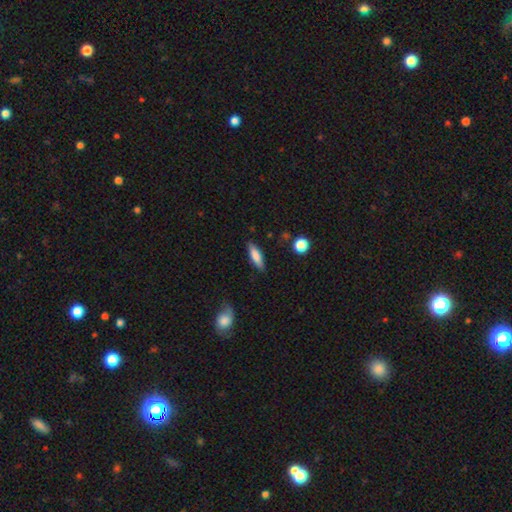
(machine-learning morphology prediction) smooth 77%, featured or disk 17%, star or artifact 6%. Down the decision tree: how rounded — cigar-shaped (55%); merging — none (84%).